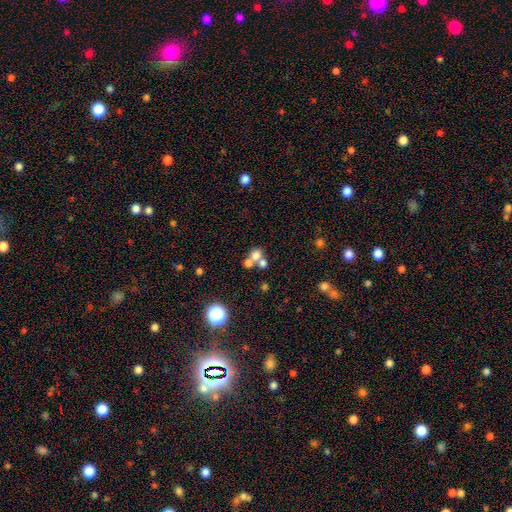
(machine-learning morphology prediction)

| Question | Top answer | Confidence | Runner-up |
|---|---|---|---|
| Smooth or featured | smooth | 69% | star or artifact (16%) |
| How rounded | round | 77% | in between (22%) |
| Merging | merger | 52% | none (38%) |